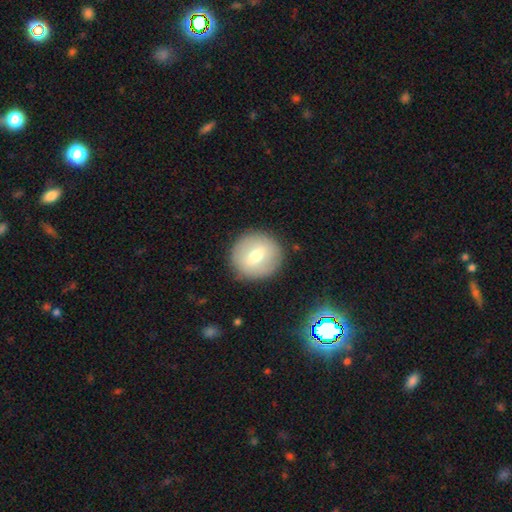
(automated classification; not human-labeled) smooth_or_featured: smooth (p=0.58) [alt: featured or disk p=0.34]
how_rounded: round (p=0.91) [alt: in between p=0.08]
merging: none (p=0.88) [alt: minor disturbance p=0.08]